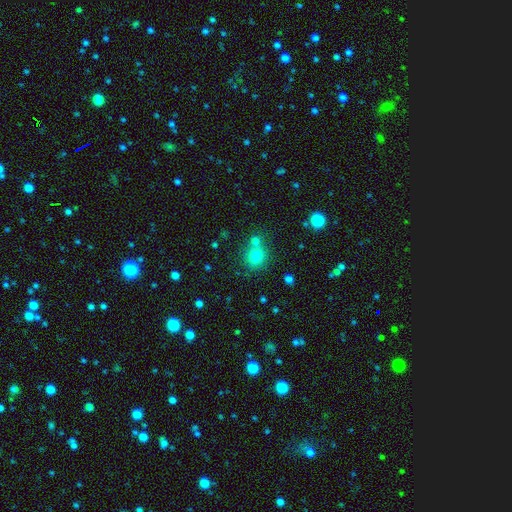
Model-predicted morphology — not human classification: smooth_or_featured: smooth (p=0.77) [alt: star or artifact p=0.15]
how_rounded: round (p=0.84) [alt: in between p=0.15]
merging: none (p=0.61) [alt: merger p=0.27]